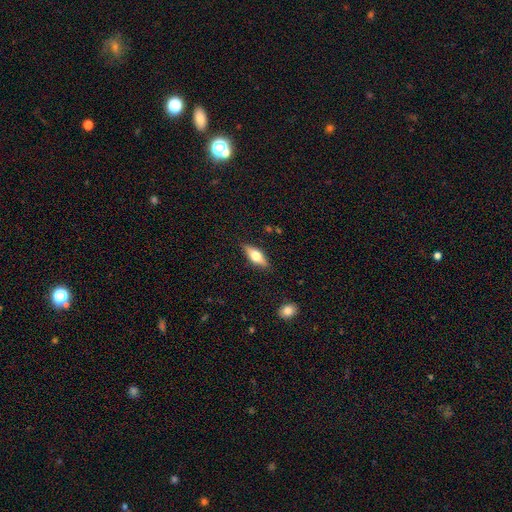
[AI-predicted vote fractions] smooth_or_featured: smooth (p=0.54) [alt: featured or disk p=0.39]
how_rounded: in between (p=0.65) [alt: cigar-shaped p=0.32]
merging: none (p=0.86) [alt: minor disturbance p=0.11]